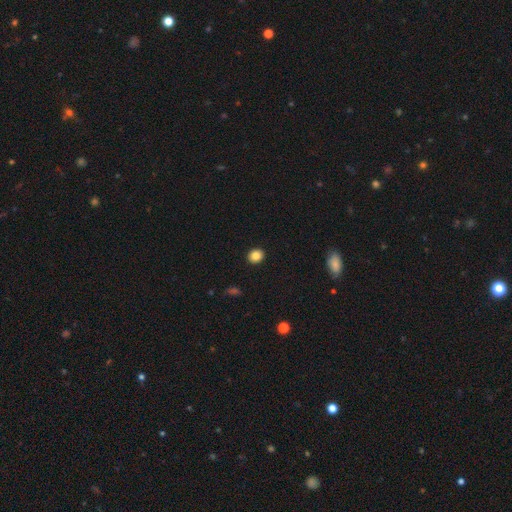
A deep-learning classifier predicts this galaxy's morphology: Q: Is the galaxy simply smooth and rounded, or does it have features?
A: smooth — 85%.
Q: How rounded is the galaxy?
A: round — 73%.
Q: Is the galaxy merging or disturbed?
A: none — 92%.